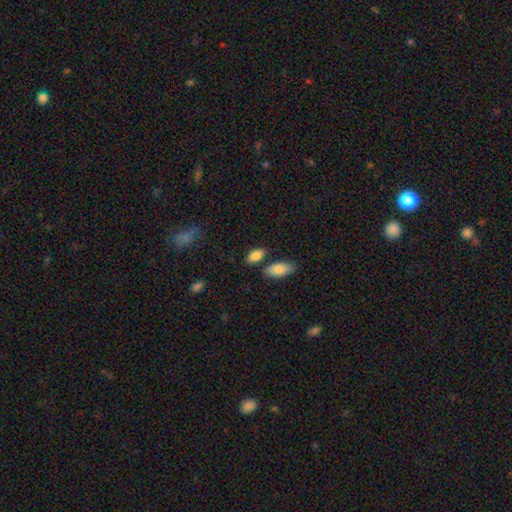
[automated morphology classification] smooth_or_featured: smooth (p=0.86) [alt: star or artifact p=0.07]
how_rounded: in between (p=0.91) [alt: round p=0.05]
merging: none (p=0.74) [alt: minor disturbance p=0.12]